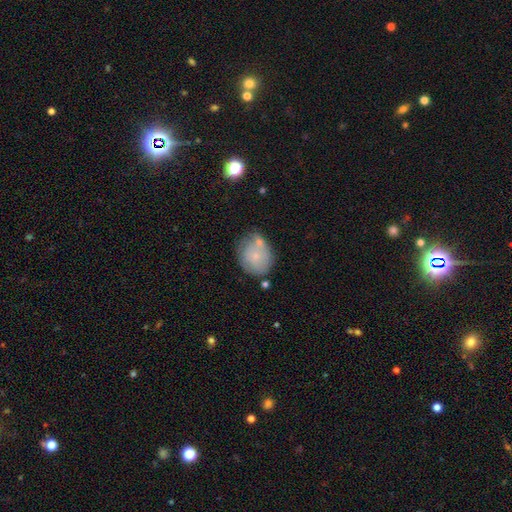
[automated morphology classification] type=smooth (69%); roundness=round (67%); merging=none (54%).